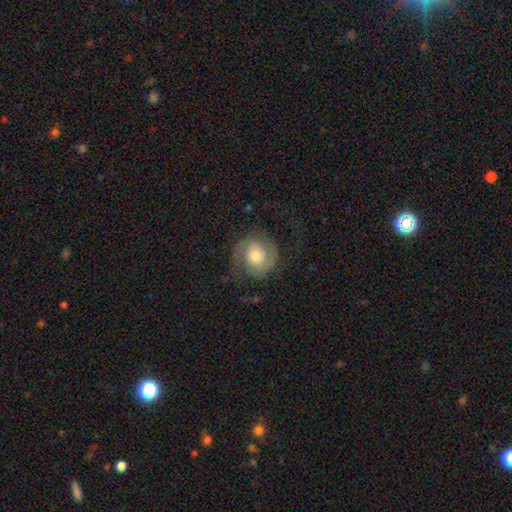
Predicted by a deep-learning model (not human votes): Q: Smooth or featured?
A: featured or disk (70%); runner-up: smooth (22%)
Q: Edge-on disk?
A: no (97%); runner-up: yes (3%)
Q: Bar?
A: no (67%); runner-up: weak (27%)
Q: Spiral arms?
A: yes (91%); runner-up: no (9%)
Q: Spiral winding?
A: medium (46%); runner-up: tight (33%)
Q: Spiral arm count?
A: 2 (85%); runner-up: can't tell (7%)
Q: Bulge size?
A: moderate (61%); runner-up: small (19%)
Q: Merging?
A: none (67%); runner-up: minor disturbance (17%)